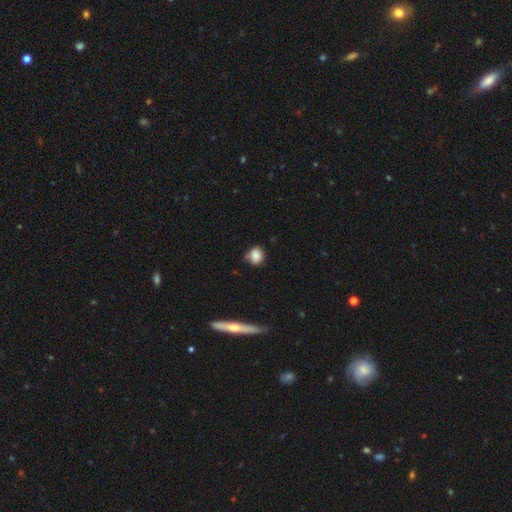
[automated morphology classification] A smooth galaxy with no disk features (83%) that is round (71%).

Vote fractions:
- Smooth or featured? smooth: 83% / star or artifact: 9% / featured or disk: 8%
- How rounded? round: 71% / in between: 27% / cigar-shaped: 2%
- Merging? none: 65% / minor disturbance: 26% / major disturbance: 5% / merger: 4%